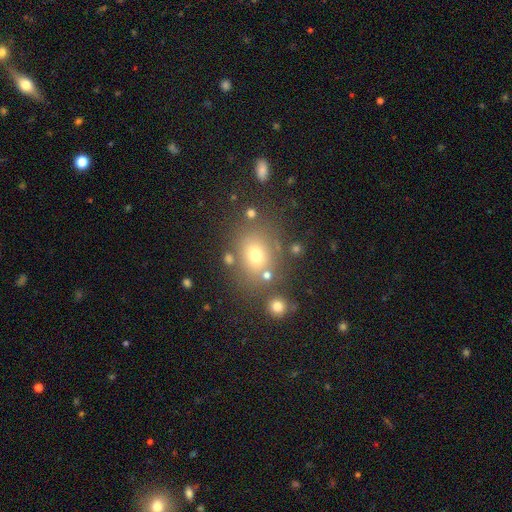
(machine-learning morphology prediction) smooth-or-featured: smooth: 66% | star or artifact: 19% | featured or disk: 15%
  how-rounded: in between: 50% | round: 49% | cigar-shaped: 1%
  merging: none: 72% | minor disturbance: 12% | merger: 10% | major disturbance: 6%